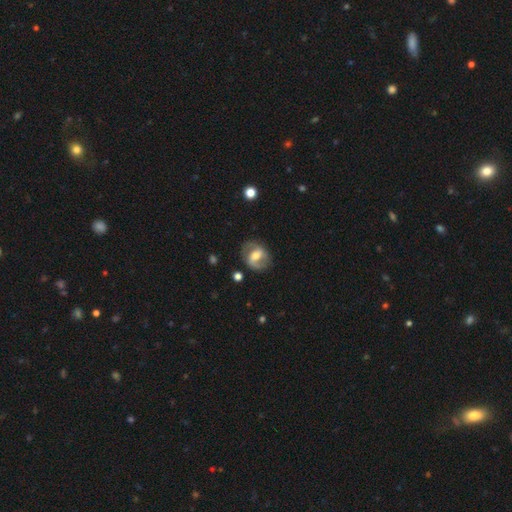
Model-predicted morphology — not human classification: smooth_or_featured: featured or disk (p=0.69) [alt: smooth p=0.25]
disk_edge_on: no (p=0.96) [alt: yes p=0.04]
bar: weak (p=0.43) [alt: strong p=0.39]
has_spiral_arms: yes (p=0.79) [alt: no p=0.21]
spiral_winding: medium (p=0.48) [alt: loose p=0.26]
spiral_arm_count: 2 (p=0.85) [alt: can't tell p=0.08]
bulge_size: moderate (p=0.62) [alt: small p=0.22]
merging: none (p=0.76) [alt: minor disturbance p=0.15]